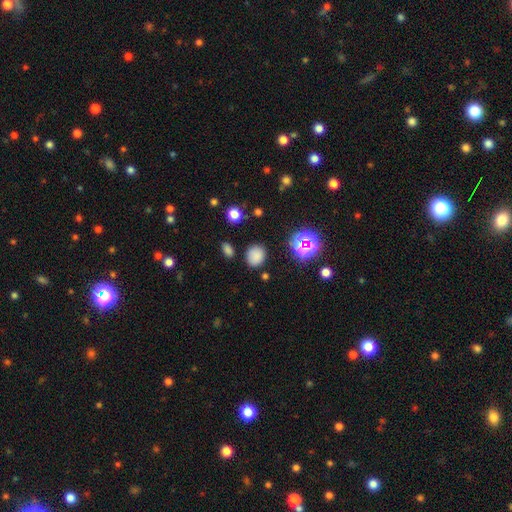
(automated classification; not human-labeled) A smooth galaxy with no disk features (76%) that is round (71%). Merging: none (81%).